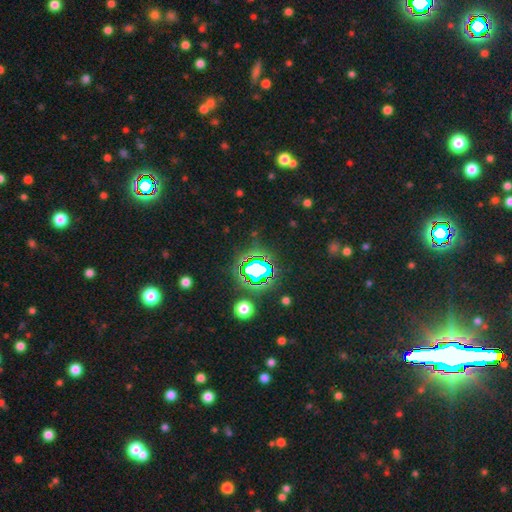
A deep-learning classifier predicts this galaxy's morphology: Q: Smooth or featured?
A: star or artifact (76%); runner-up: smooth (15%)